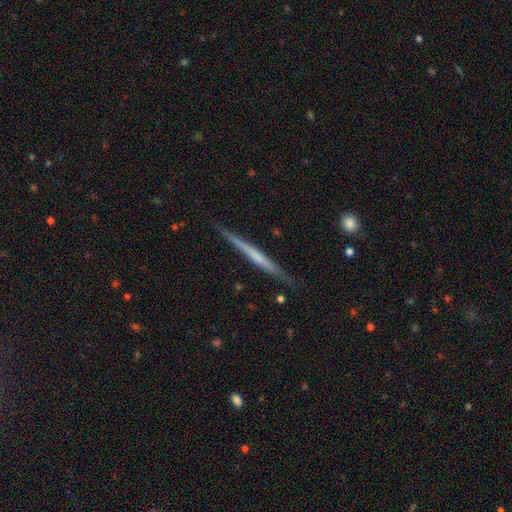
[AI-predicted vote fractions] This appears to be a featured or disk galaxy (57%) viewed edge-on (97%) with no central bulge (79%). Merging: none (87%).